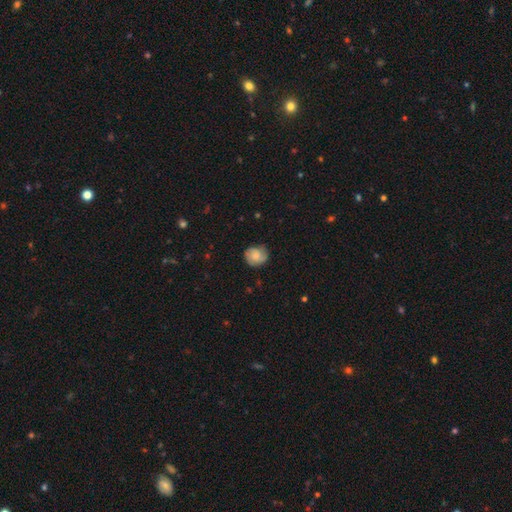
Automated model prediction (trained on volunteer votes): Smooth or featured: smooth — 58% (featured or disk — 34%)
How rounded: round — 77% (in between — 22%)
Merging: none — 74% (minor disturbance — 20%)